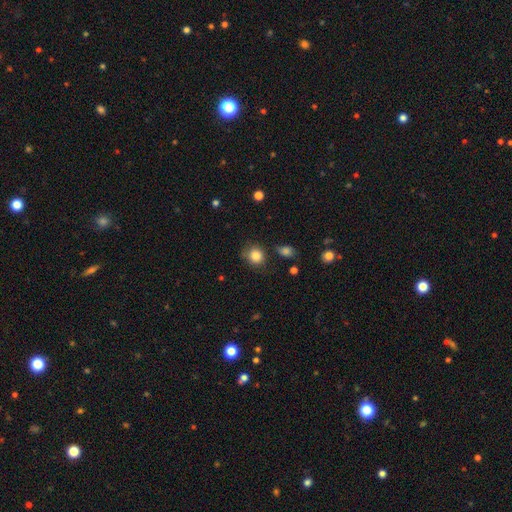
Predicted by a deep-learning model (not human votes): Morphology: type=smooth (84%); roundness=round (79%); merging=none (73%).